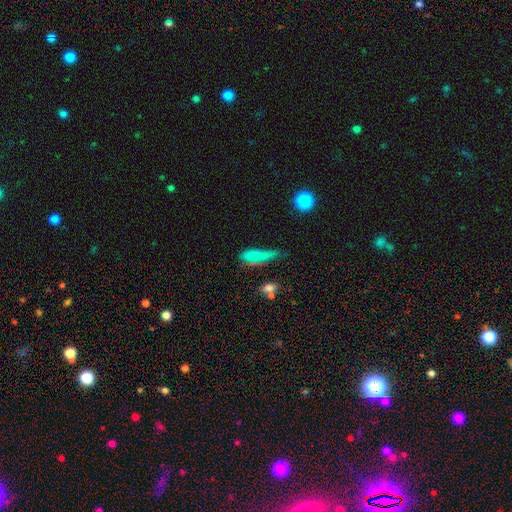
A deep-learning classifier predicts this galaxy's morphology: Q: Smooth or featured?
A: smooth (63%); runner-up: featured or disk (20%)
Q: How rounded?
A: cigar-shaped (48%); runner-up: in between (43%)
Q: Merging?
A: none (34%); runner-up: minor disturbance (26%)